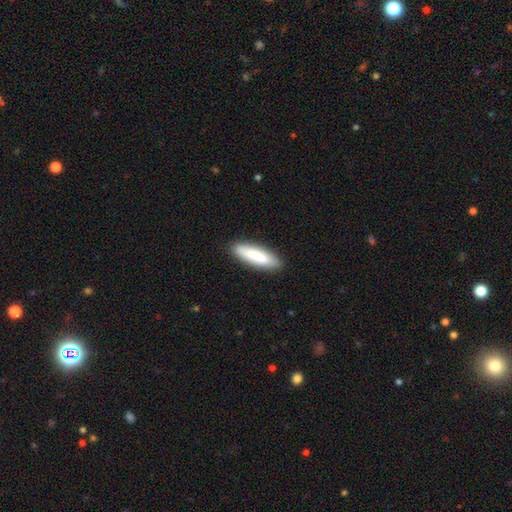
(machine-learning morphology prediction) Q: Smooth or featured?
A: smooth (83%); runner-up: featured or disk (12%)
Q: How rounded?
A: cigar-shaped (64%); runner-up: in between (34%)
Q: Merging?
A: none (88%); runner-up: minor disturbance (9%)